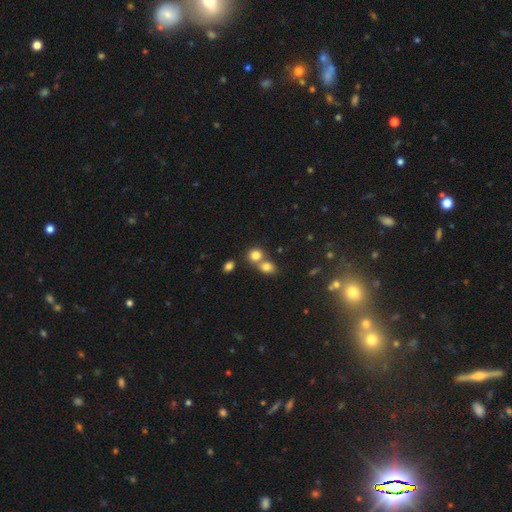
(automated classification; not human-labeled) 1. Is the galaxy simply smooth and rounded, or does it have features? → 80% smooth, 12% star or artifact, 8% featured or disk.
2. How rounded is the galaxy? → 72% round, 27% in between, 1% cigar-shaped.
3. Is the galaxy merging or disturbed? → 49% merger, 41% none, 7% minor disturbance, 3% major disturbance.